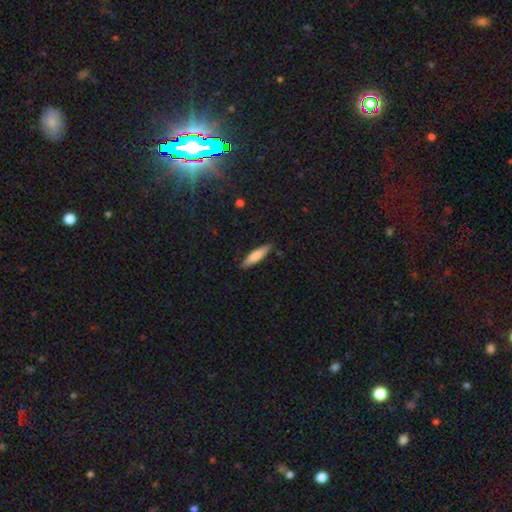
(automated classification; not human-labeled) A smooth galaxy with no disk features (74%) that is cigar-shaped (75%). Merging: none (88%).